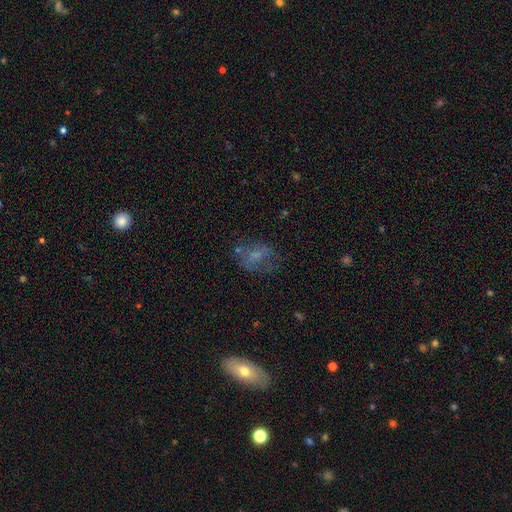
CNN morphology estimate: Smooth or featured?
  - smooth: 46% *
  - featured or disk: 39%
  - star or artifact: 15%
Merging?
  - none: 45% *
  - major disturbance: 26%
  - minor disturbance: 23%
  - merger: 5%